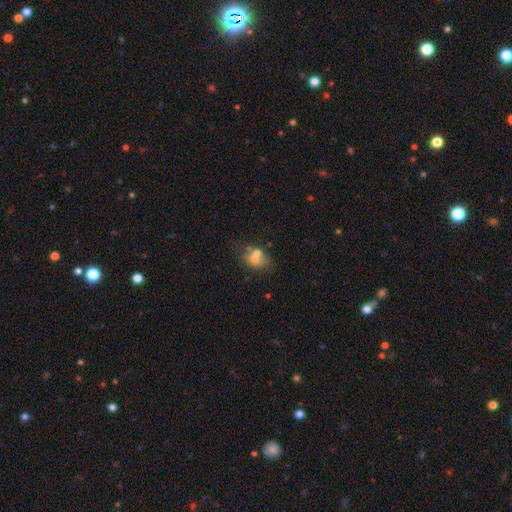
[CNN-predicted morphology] This appears to be a smooth galaxy with no disk features (60%) that is in between round and cigar-shaped (67%). Merging: none (35%).